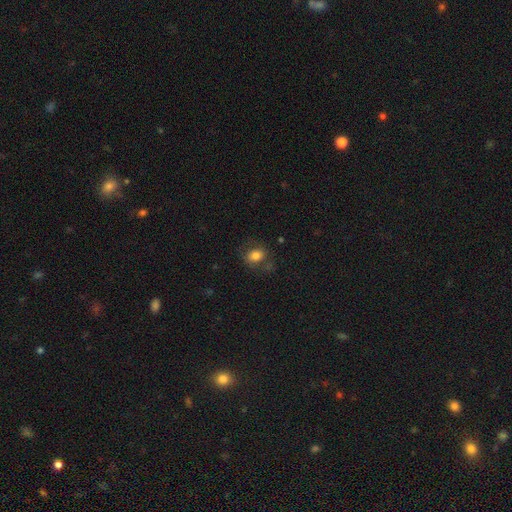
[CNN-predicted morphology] A smooth galaxy with no disk features (75%) that is in between round and cigar-shaped (56%). Merging: none (67%).